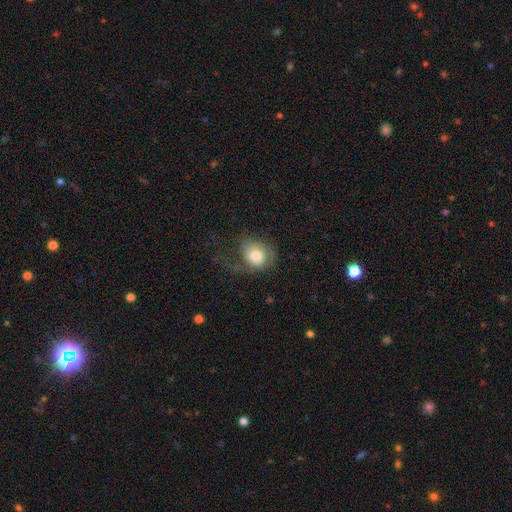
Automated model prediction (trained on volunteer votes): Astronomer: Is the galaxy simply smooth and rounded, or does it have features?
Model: smooth — 66%.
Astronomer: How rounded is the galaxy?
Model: round — 52% (runner-up: in between, 47%).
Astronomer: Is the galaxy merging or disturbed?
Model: major disturbance — 40% (runner-up: none, 33%).